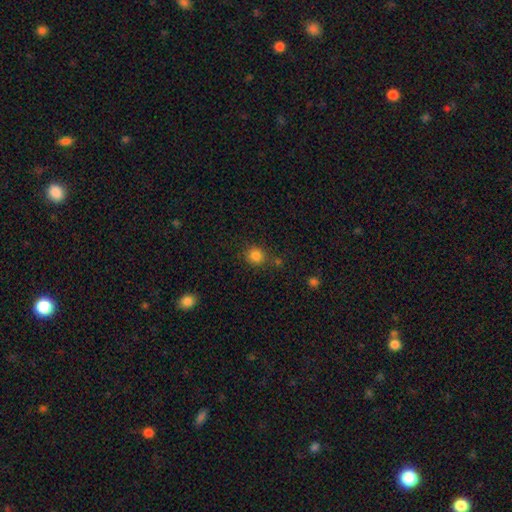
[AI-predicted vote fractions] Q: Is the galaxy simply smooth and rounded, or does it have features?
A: smooth — 84%.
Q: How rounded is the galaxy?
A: round — 85%.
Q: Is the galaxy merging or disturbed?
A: none — 75%.